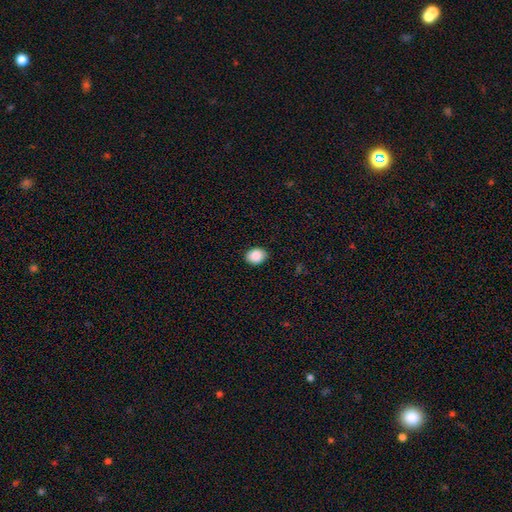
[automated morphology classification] smooth-or-featured: smooth: 89% | star or artifact: 8% | featured or disk: 3%
  how-rounded: in between: 57% | round: 42% | cigar-shaped: 1%
  merging: none: 89% | minor disturbance: 8% | major disturbance: 2% | merger: 1%